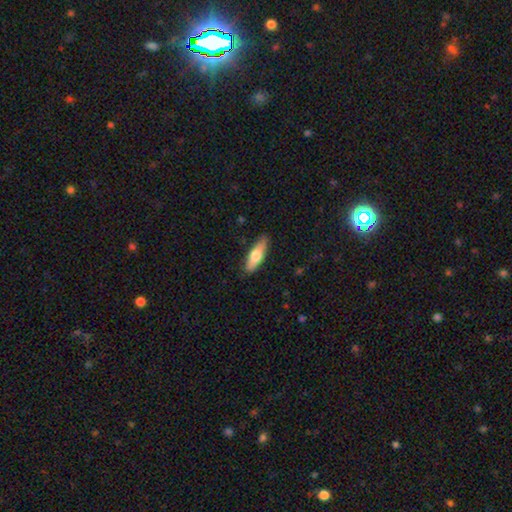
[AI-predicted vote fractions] This is likely a smooth galaxy (64%). How rounded: possibly cigar-shaped (51%). Merging: clearly none (85%).